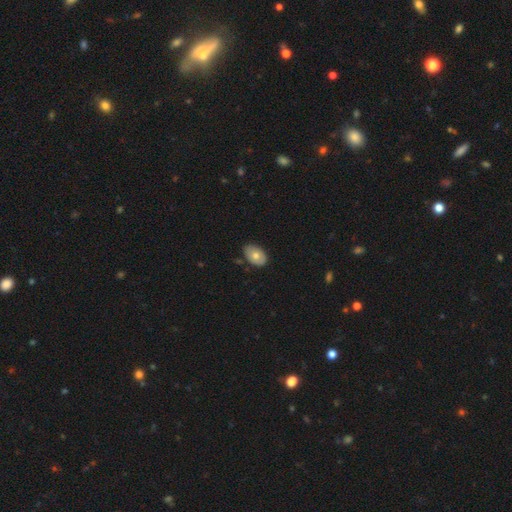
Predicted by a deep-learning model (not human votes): Smooth or featured?
  - smooth: 69% *
  - featured or disk: 24%
  - star or artifact: 7%
How rounded?
  - in between: 87% *
  - round: 12%
  - cigar-shaped: 1%
Merging?
  - none: 78% *
  - minor disturbance: 17%
  - major disturbance: 3%
  - merger: 2%